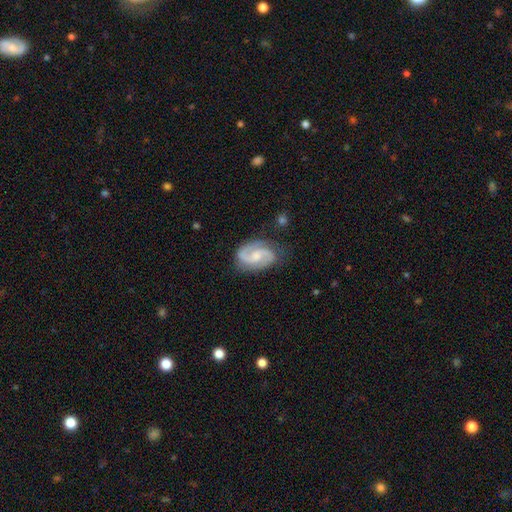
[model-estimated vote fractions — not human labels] smooth-or-featured: featured or disk: 87% | smooth: 8% | star or artifact: 5%
  disk-edge-on: no: 98% | yes: 2%
    bar: no: 47% | weak: 45% | strong: 9%
    has-spiral-arms: yes: 98% | no: 2%
      spiral-winding: medium: 56% | tight: 23% | loose: 21%
      spiral-arm-count: 2: 92% | can't tell: 3% | 1: 2% | 3: 1% | 4: 1% | more than 4: 1%
    bulge-size: moderate: 44% | small: 35% | none: 15% | large: 5% | dominant: 1%
  merging: none: 78% | minor disturbance: 16% | major disturbance: 5% | merger: 2%